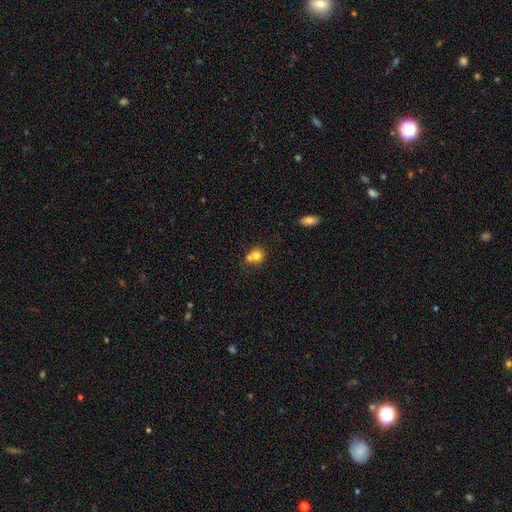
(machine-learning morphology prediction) A smooth galaxy with no disk features (77%) that is round (79%).

Vote fractions:
- Smooth or featured? smooth: 77% / featured or disk: 12% / star or artifact: 11%
- How rounded? round: 79% / in between: 20% / cigar-shaped: 1%
- Merging? merger: 44% / none: 42% / minor disturbance: 10% / major disturbance: 4%